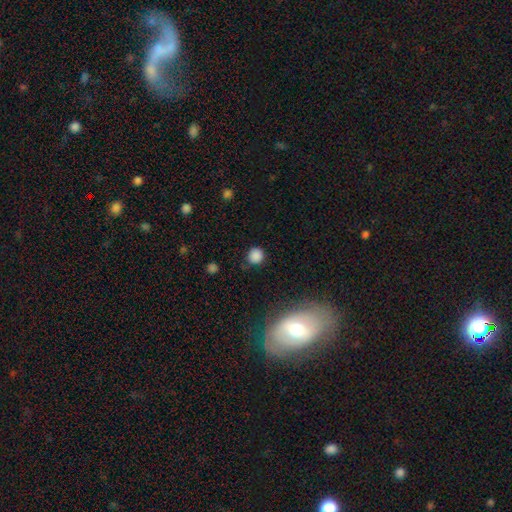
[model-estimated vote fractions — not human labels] smooth-or-featured: smooth: 83% | star or artifact: 13% | featured or disk: 4%
  how-rounded: round: 92% | in between: 7% | cigar-shaped: 1%
  merging: none: 83% | minor disturbance: 11% | major disturbance: 4% | merger: 2%